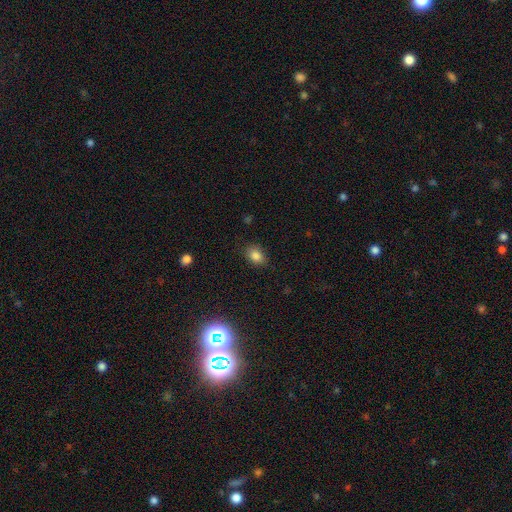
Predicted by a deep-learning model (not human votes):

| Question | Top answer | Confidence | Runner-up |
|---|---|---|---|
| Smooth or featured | smooth | 84% | star or artifact (11%) |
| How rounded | in between | 72% | round (26%) |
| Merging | none | 83% | minor disturbance (13%) |